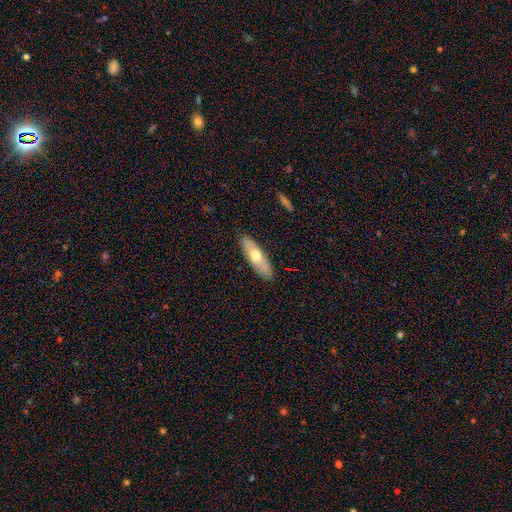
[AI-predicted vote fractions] Smooth or featured? Predicted: smooth (p=0.58). How rounded? Predicted: cigar-shaped (p=0.50). Merging? Predicted: none (p=0.88).